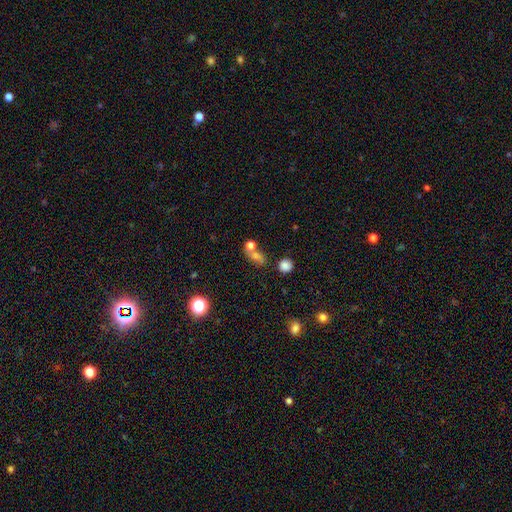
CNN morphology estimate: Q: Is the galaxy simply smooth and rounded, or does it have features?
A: smooth — 64%.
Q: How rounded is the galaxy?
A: in between — 50%.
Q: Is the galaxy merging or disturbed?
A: merger — 42%.